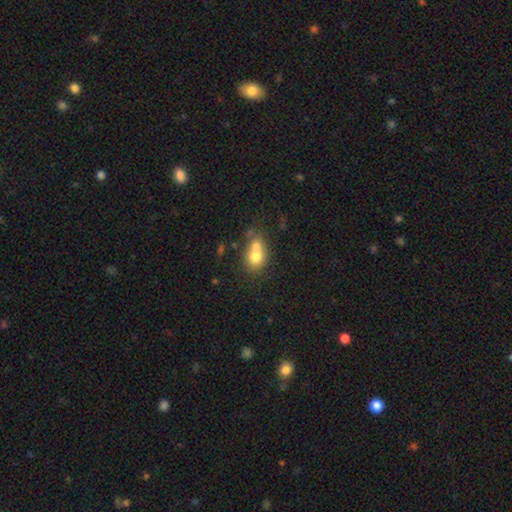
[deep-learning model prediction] This is likely a smooth galaxy (71%). How rounded: possibly round (52%). Merging: possibly merger (55%).